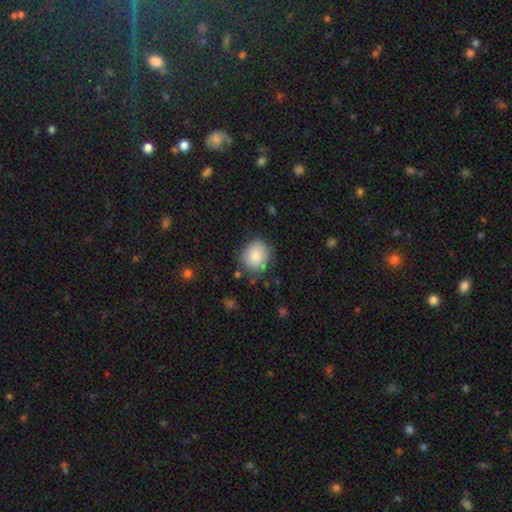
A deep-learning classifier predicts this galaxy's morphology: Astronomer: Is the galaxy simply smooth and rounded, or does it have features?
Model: smooth — 85%.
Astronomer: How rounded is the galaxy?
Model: round — 79%.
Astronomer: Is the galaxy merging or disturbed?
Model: none — 79%.